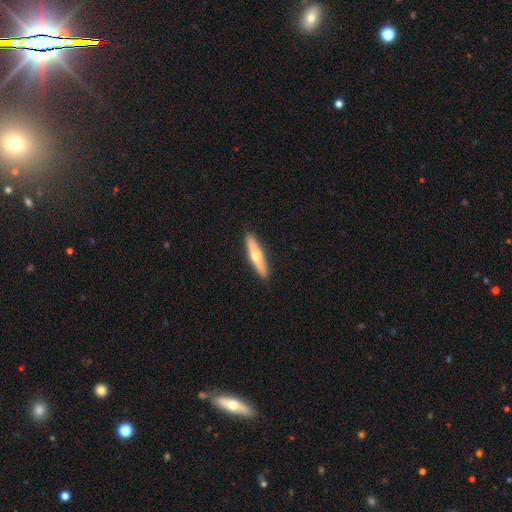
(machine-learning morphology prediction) The model was most divided on "smooth or featured": featured or disk: 50%, smooth: 45%, star or artifact: 6%. More confident: merging — none (91%).